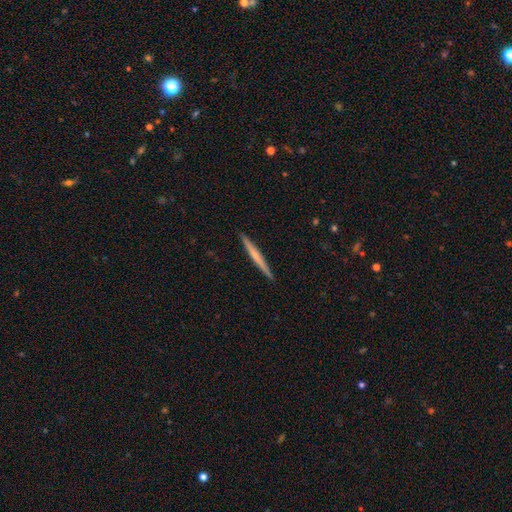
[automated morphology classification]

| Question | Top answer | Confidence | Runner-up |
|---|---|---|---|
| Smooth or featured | featured or disk | 52% | smooth (43%) |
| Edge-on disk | yes | 98% | no (2%) |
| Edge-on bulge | none | 64% | rounded (30%) |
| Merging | none | 92% | minor disturbance (5%) |